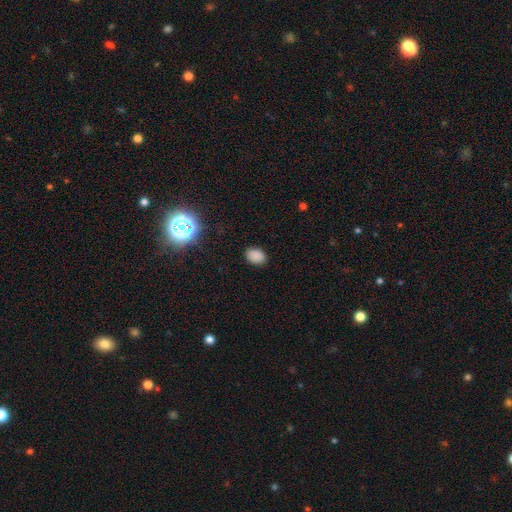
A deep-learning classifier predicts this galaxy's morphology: type=smooth (84%); roundness=in between (74%); merging=none (86%).